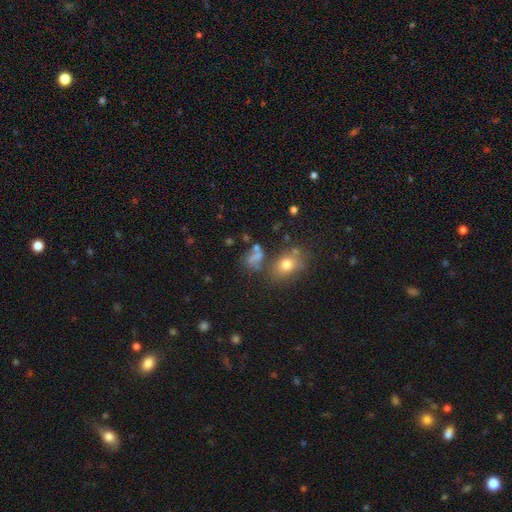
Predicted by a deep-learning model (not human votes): smooth-or-featured: smooth: 58% | star or artifact: 23% | featured or disk: 19%
  how-rounded: in between: 63% | round: 32% | cigar-shaped: 4%
  merging: none: 42% | merger: 25% | minor disturbance: 18% | major disturbance: 16%